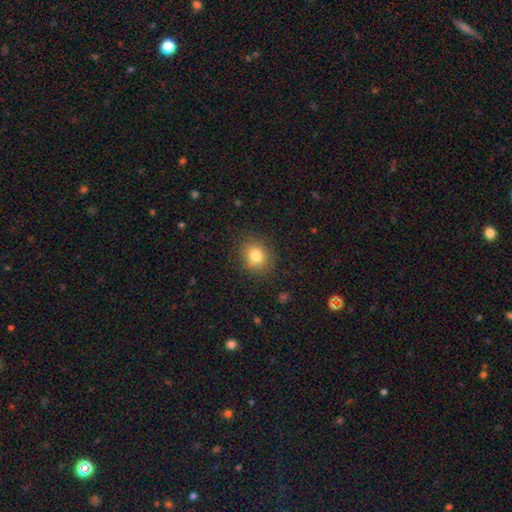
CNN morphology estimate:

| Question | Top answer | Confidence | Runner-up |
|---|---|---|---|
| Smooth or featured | smooth | 81% | star or artifact (11%) |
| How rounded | round | 69% | in between (30%) |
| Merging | none | 85% | minor disturbance (10%) |